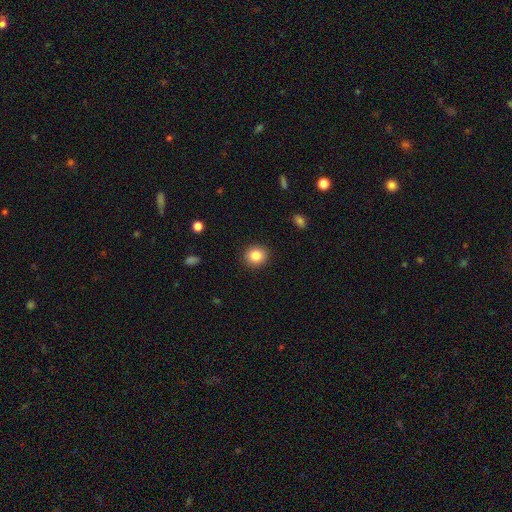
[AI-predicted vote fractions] Smooth or featured: smooth — 84% (star or artifact — 10%)
How rounded: round — 85% (in between — 14%)
Merging: none — 91% (minor disturbance — 6%)